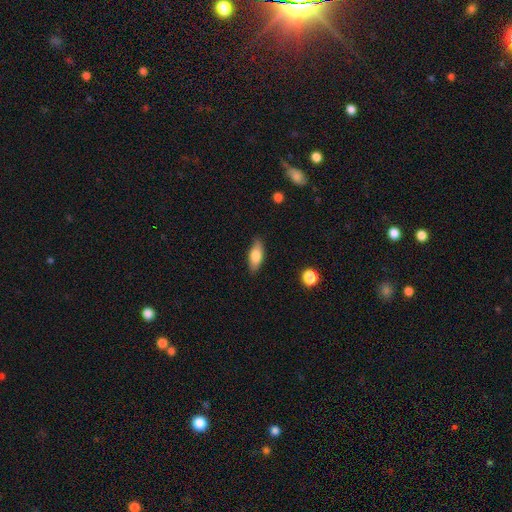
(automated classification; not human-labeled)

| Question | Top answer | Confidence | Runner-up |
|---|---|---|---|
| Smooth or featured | smooth | 76% | featured or disk (17%) |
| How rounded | in between | 78% | cigar-shaped (18%) |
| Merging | none | 85% | minor disturbance (12%) |